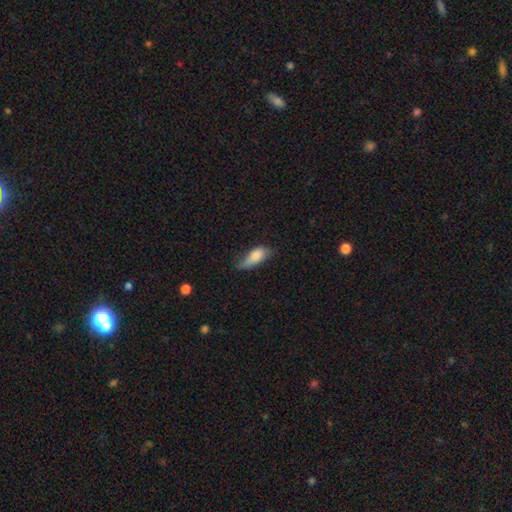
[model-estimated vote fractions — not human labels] Smooth or featured: smooth — 80% (featured or disk — 13%)
How rounded: in between — 79% (cigar-shaped — 18%)
Merging: minor disturbance — 43% (none — 34%)